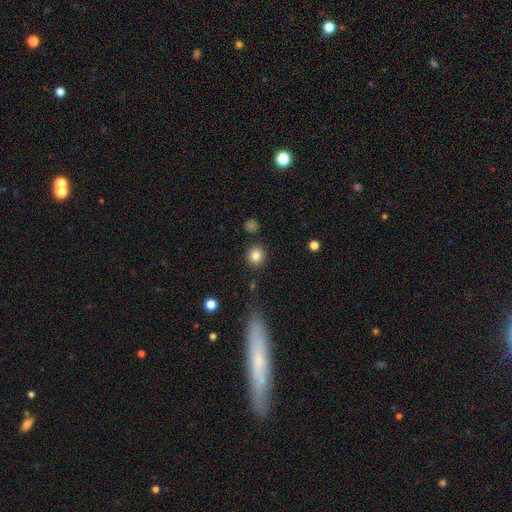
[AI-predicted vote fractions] smooth_or_featured: smooth (p=0.83) [alt: star or artifact p=0.11]
how_rounded: round (p=0.92) [alt: in between p=0.07]
merging: none (p=0.88) [alt: minor disturbance p=0.07]